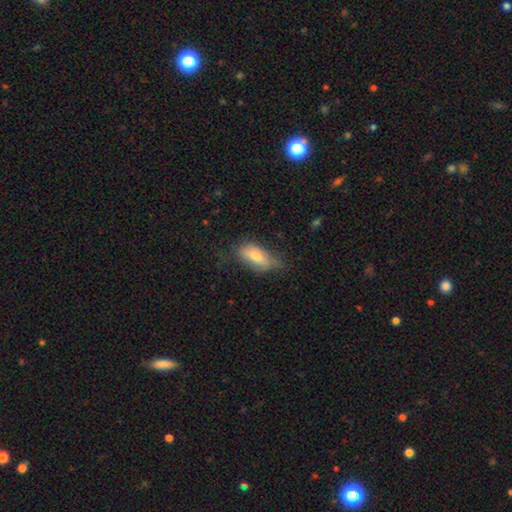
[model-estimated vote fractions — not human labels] Overall: smooth (71%). How rounded: in between (82%). Merging: none (53%; minor disturbance 33%).